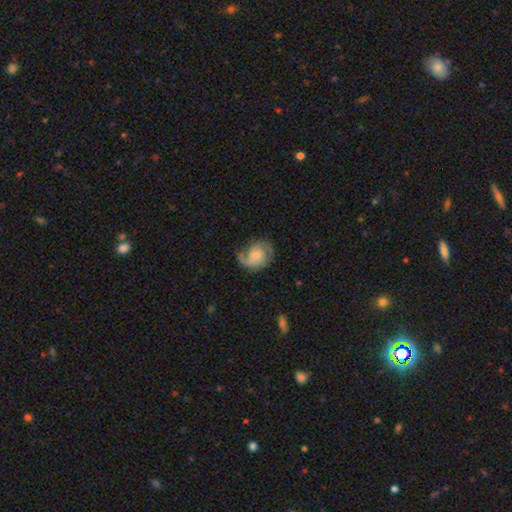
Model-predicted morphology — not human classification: Overall: featured or disk (76%). Edge-on disk: no (98%). Bar: no (65%; weak 30%). Spiral arms: yes (94%). Spiral arm count: 2 (77%). Spiral winding: medium (48%; tight 28%). Bulge size: small (58%; moderate 28%). Merging: none (65%).